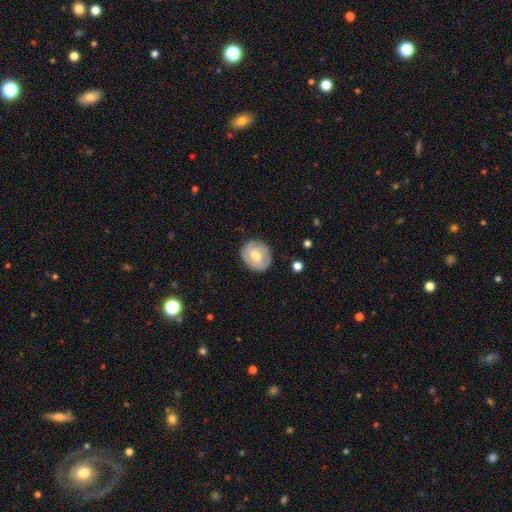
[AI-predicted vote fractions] Morphology: type=featured or disk (48%); merging=none (82%).